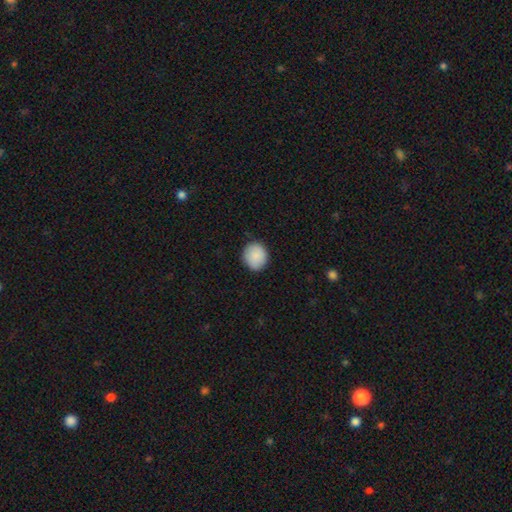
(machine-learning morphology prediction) A smooth galaxy with no disk features (89%) that is round (82%). Merging: none (88%).